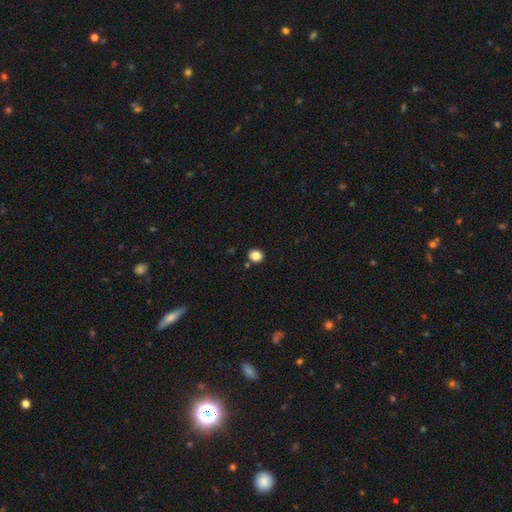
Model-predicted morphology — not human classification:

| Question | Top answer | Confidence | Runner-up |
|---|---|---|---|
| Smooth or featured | smooth | 85% | star or artifact (11%) |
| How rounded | round | 73% | in between (27%) |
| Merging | none | 87% | minor disturbance (7%) |